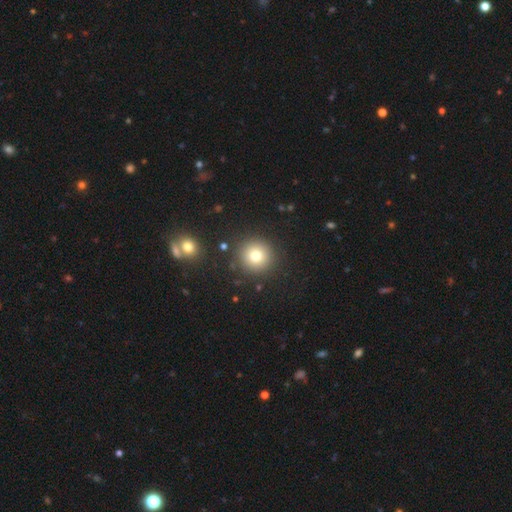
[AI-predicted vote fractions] Smooth or featured?
  - smooth: 77% *
  - star or artifact: 13%
  - featured or disk: 10%
How rounded?
  - round: 94% *
  - in between: 5%
  - cigar-shaped: 1%
Merging?
  - none: 89% *
  - minor disturbance: 6%
  - major disturbance: 3%
  - merger: 3%